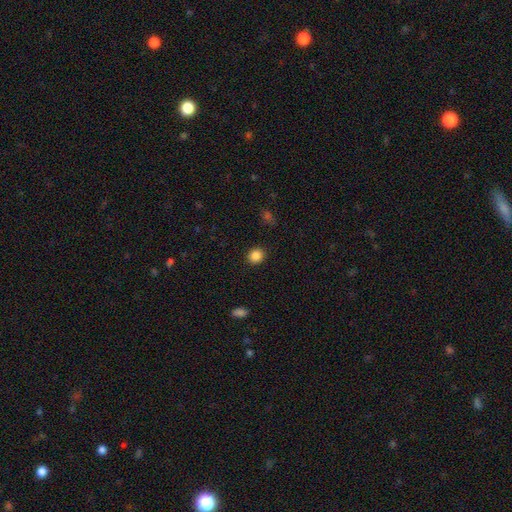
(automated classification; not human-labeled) This is clearly a smooth galaxy (86%). How rounded: clearly round (81%). Merging: clearly none (91%).